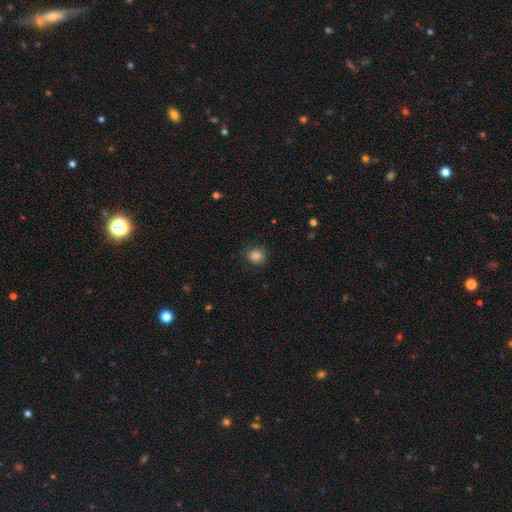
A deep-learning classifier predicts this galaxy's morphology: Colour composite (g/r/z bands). It shows a smooth galaxy with no disk features (85%) that is round (84%). Merging: none (85%).